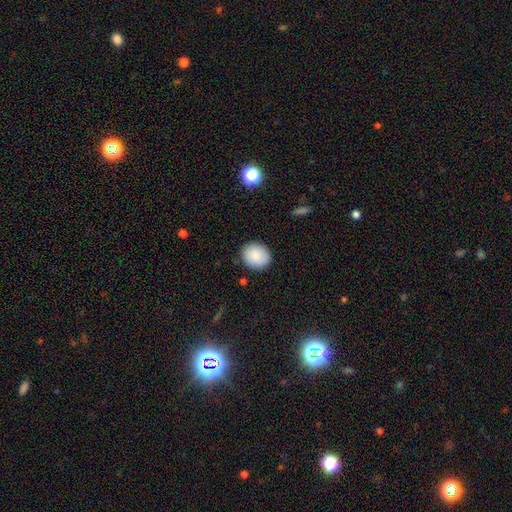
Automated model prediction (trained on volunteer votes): A smooth galaxy with no disk features (88%) that is round (68%). Merging: none (88%).